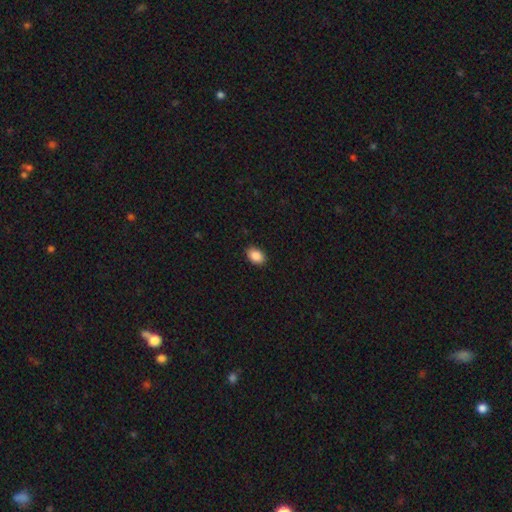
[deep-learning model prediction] Overall: smooth (89%). How rounded: in between (83%). Merging: none (89%).